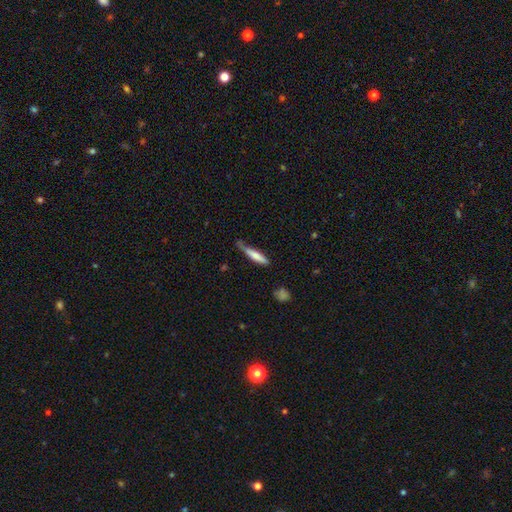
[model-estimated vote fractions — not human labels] The model was most divided on "merging": none: 57%, minor disturbance: 31%, major disturbance: 7%, merger: 4%. More confident: how rounded — cigar-shaped (85%); smooth or featured — smooth (65%).